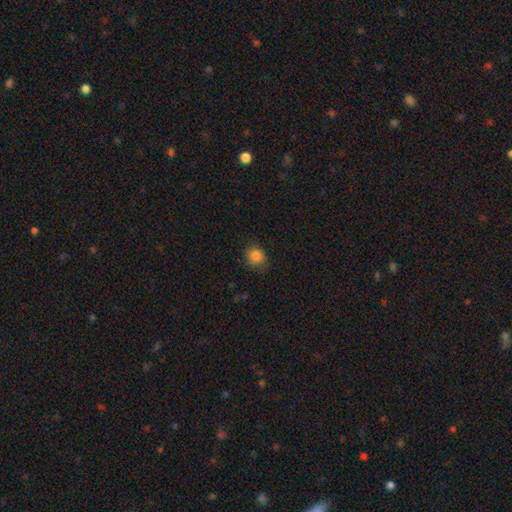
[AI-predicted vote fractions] The model was most divided on "how rounded": round: 77%, in between: 22%, cigar-shaped: 1%. More confident: smooth or featured — smooth (84%); merging — none (78%).